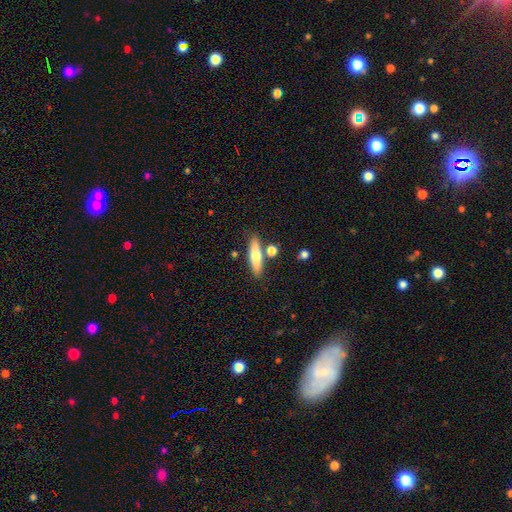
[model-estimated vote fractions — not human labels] smooth_or_featured: smooth (p=0.65) [alt: featured or disk p=0.29]
how_rounded: cigar-shaped (p=0.73) [alt: in between p=0.24]
merging: none (p=0.78) [alt: minor disturbance p=0.10]